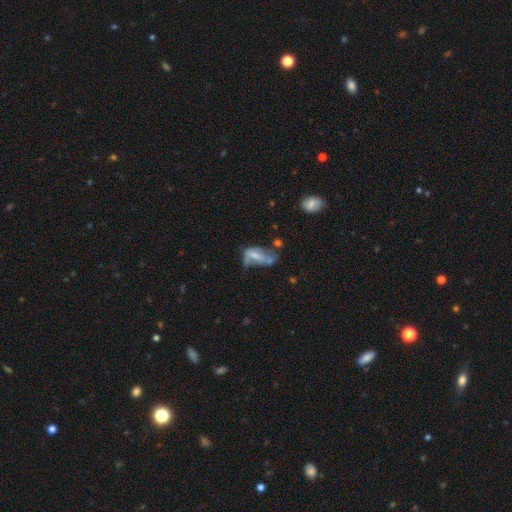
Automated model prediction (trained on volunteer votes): Smooth or featured? featured or disk (46%)
Merging? major disturbance (36%)